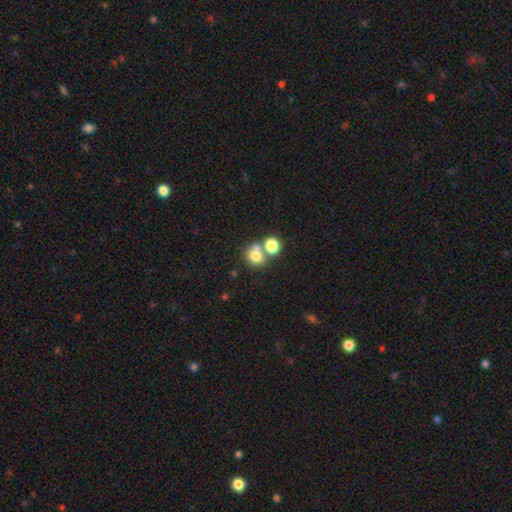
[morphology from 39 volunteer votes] Smooth or featured?
  - smooth: 79% *
  - featured or disk: 13%
  - star or artifact: 8%
How rounded?
  - round: 68% *
  - in between: 32%
  - cigar-shaped: 0%
Merging?
  - merger: 42% *
  - none: 39%
  - major disturbance: 11%
  - minor disturbance: 8%